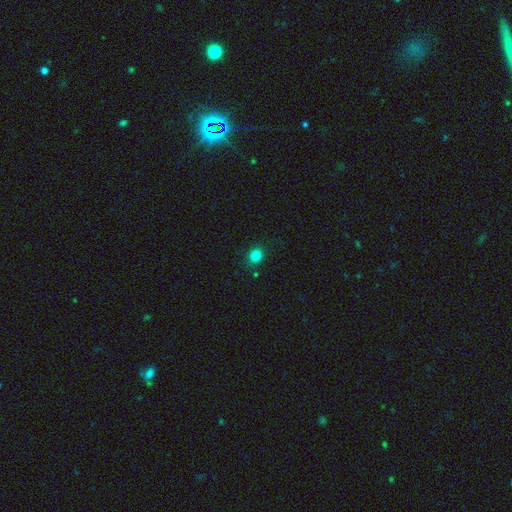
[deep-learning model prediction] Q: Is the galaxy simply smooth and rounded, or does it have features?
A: smooth — 81%.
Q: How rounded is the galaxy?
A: round — 79%.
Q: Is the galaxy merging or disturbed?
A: none — 85%.